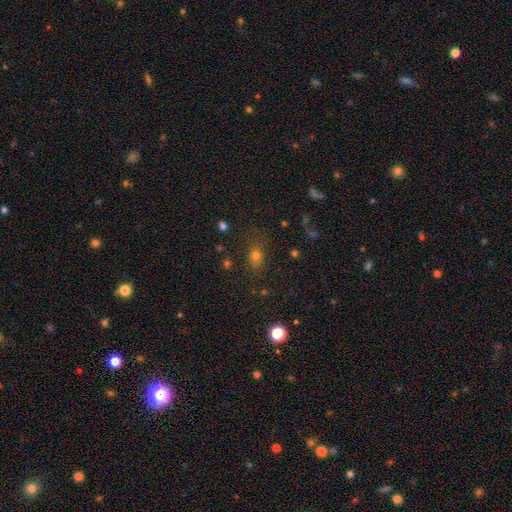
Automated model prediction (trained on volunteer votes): smooth-or-featured: smooth: 70% | star or artifact: 20% | featured or disk: 10%
  how-rounded: in between: 58% | round: 38% | cigar-shaped: 4%
  merging: none: 72% | minor disturbance: 18% | major disturbance: 7% | merger: 3%